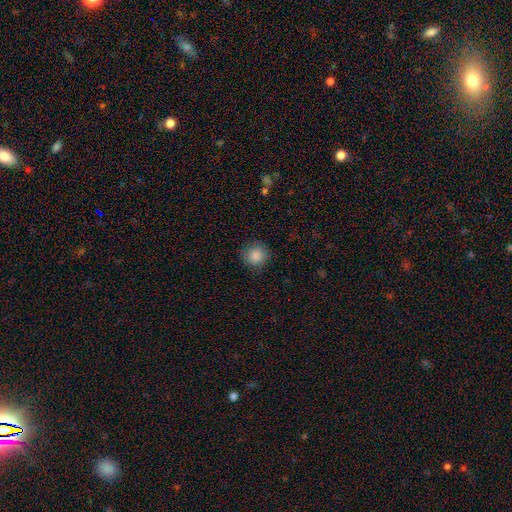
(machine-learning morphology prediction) This is clearly a smooth galaxy (87%). How rounded: clearly round (93%). Merging: clearly none (89%).